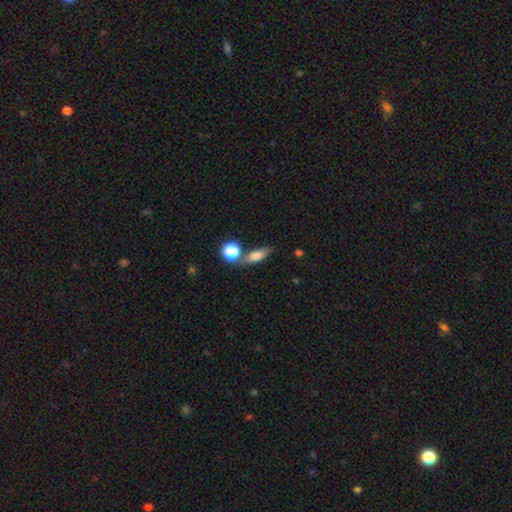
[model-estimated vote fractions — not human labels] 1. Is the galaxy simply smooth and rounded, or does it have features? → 72% smooth, 17% featured or disk, 11% star or artifact.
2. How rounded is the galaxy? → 62% in between, 25% cigar-shaped, 13% round.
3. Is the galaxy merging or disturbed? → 60% none, 20% merger, 14% minor disturbance, 5% major disturbance.